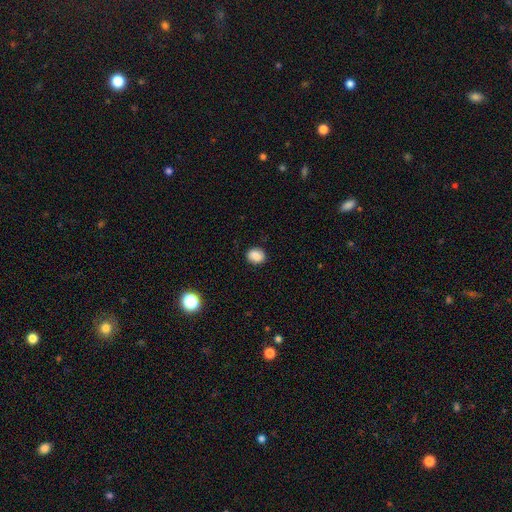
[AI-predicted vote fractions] Overall: smooth (84%). How rounded: round (60%; in between 39%). Merging: none (88%).